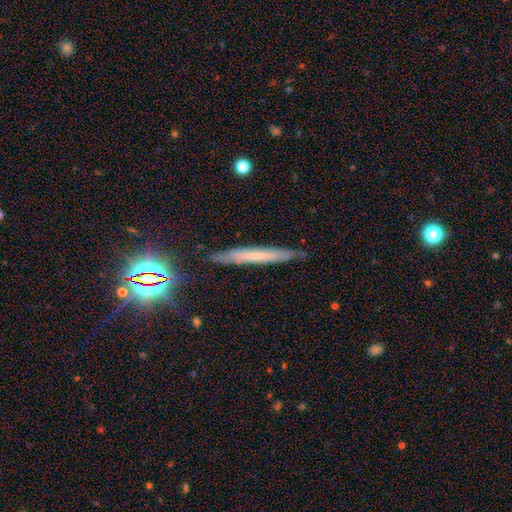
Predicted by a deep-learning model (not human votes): Q: Smooth or featured?
A: smooth (48%); runner-up: featured or disk (39%)
Q: Merging?
A: none (86%); runner-up: minor disturbance (10%)